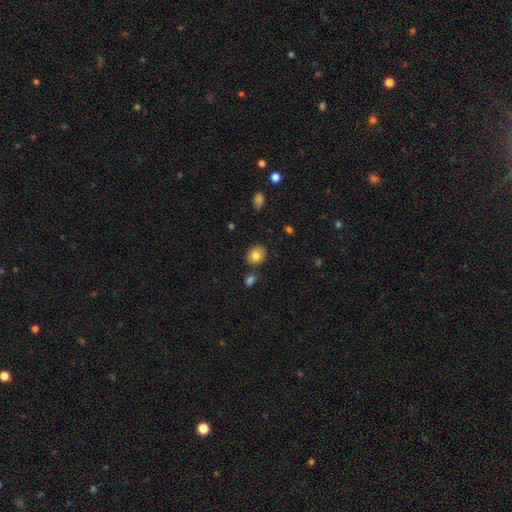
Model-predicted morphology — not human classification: smooth 80%, featured or disk 11%, star or artifact 9%. Down the decision tree: how rounded — round (55%); merging — none (80%).